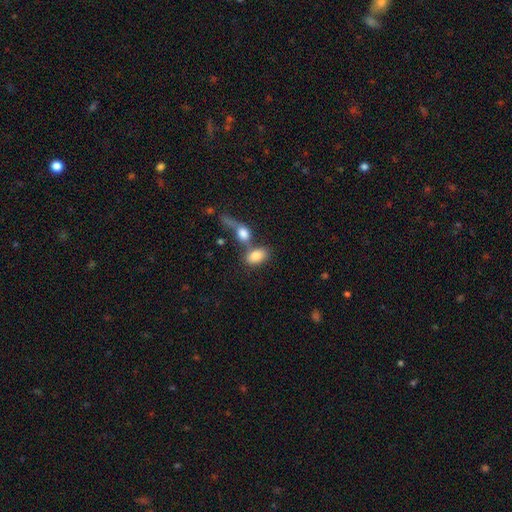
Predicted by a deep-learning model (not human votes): Overall: smooth (81%). How rounded: in between (86%). Merging: merger (42%; none 41%).